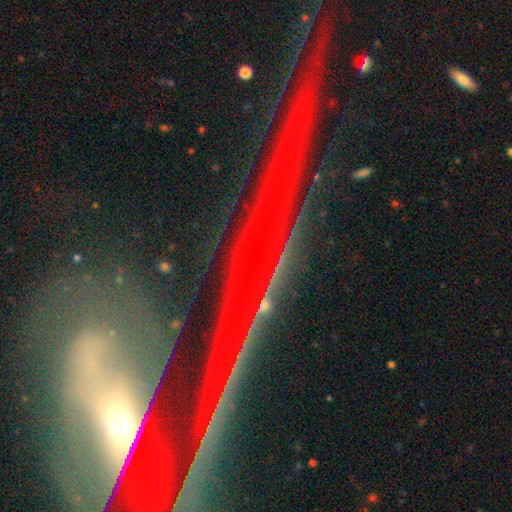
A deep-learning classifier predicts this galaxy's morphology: type=featured or disk (50%); merging=none (76%).